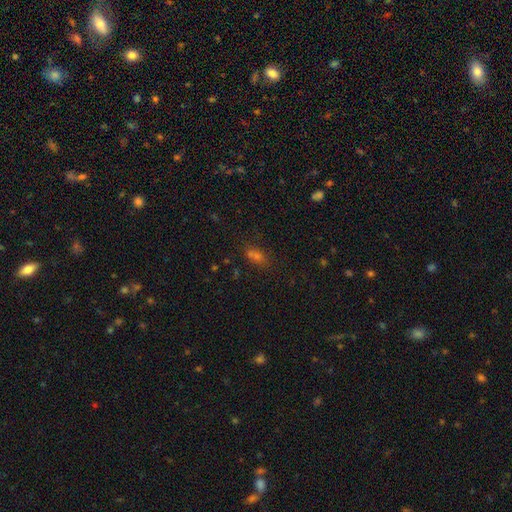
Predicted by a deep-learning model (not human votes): smooth_or_featured: smooth (p=0.56) [alt: star or artifact p=0.33]
how_rounded: in between (p=0.68) [alt: round p=0.23]
merging: none (p=0.62) [alt: merger p=0.18]